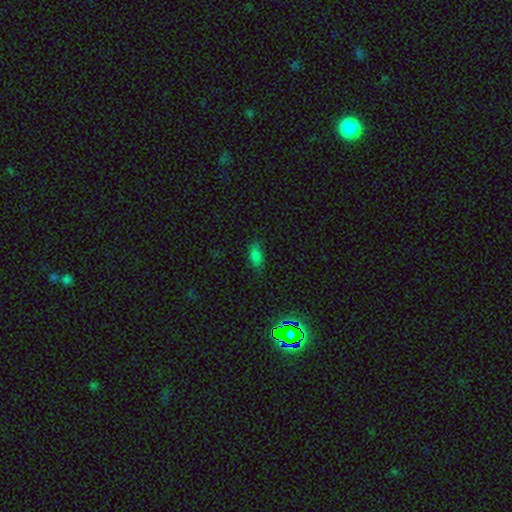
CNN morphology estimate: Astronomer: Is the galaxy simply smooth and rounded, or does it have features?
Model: smooth — 78%.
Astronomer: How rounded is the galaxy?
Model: in between — 87%.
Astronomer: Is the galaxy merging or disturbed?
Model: none — 78%.